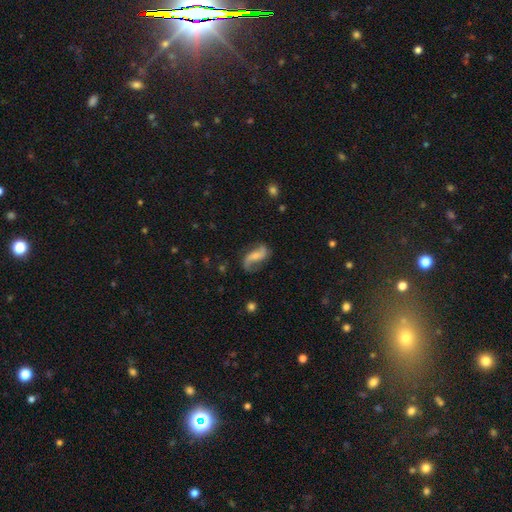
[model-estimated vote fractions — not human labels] The model was most divided on "bulge size": small: 37%, none: 28%, moderate: 26%, large: 7%, dominant: 2%. Remaining: edge-on disk — no (95%); spiral arms — yes (94%); spiral arm count — 2 (87%); spiral winding — loose (76%); smooth or featured — featured or disk (73%); merging — none (66%); bar — no (45%).